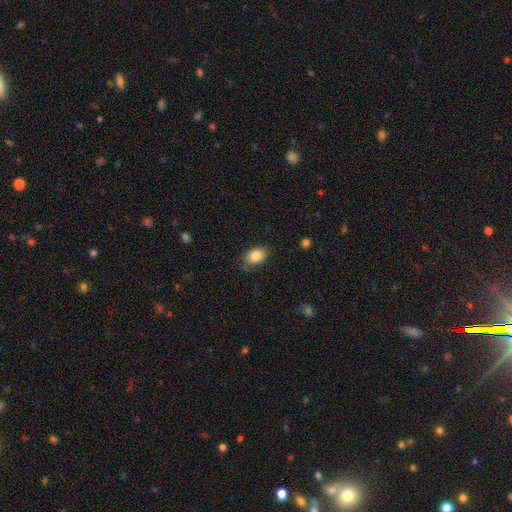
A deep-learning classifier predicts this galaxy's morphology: smooth-or-featured: smooth: 84% | star or artifact: 9% | featured or disk: 8%
  how-rounded: in between: 71% | round: 28% | cigar-shaped: 1%
  merging: none: 78% | minor disturbance: 17% | major disturbance: 3% | merger: 1%